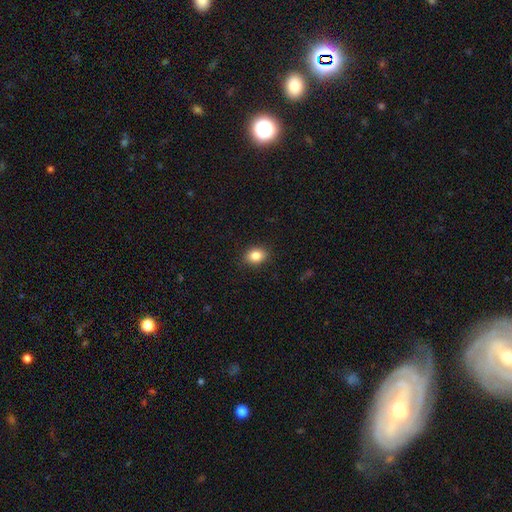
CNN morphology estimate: Smooth or featured: smooth — 85% (star or artifact — 10%)
How rounded: in between — 63% (round — 36%)
Merging: none — 88% (minor disturbance — 8%)